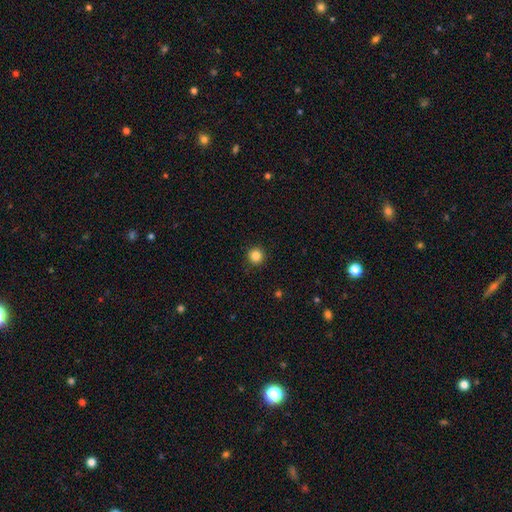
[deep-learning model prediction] Q: Smooth or featured?
A: smooth (85%); runner-up: star or artifact (11%)
Q: How rounded?
A: round (95%); runner-up: in between (4%)
Q: Merging?
A: none (92%); runner-up: minor disturbance (5%)